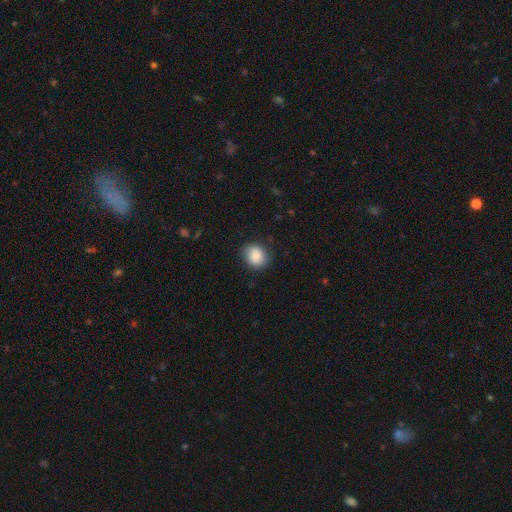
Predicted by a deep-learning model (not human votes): Morphology: type=smooth (85%); roundness=round (66%); merging=none (79%).